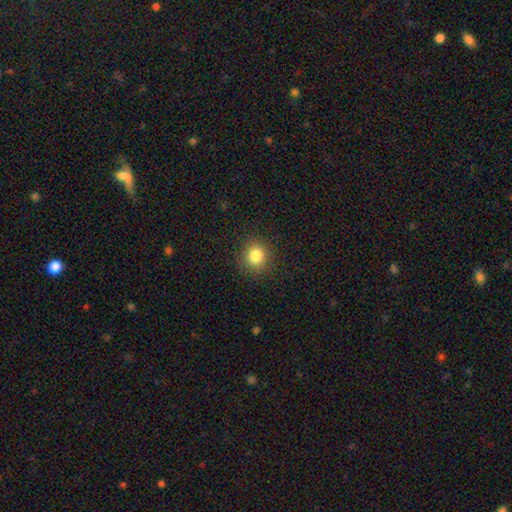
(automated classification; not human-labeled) smooth 83%, star or artifact 11%, featured or disk 5%. Down the decision tree: how rounded — round (86%); merging — none (89%).